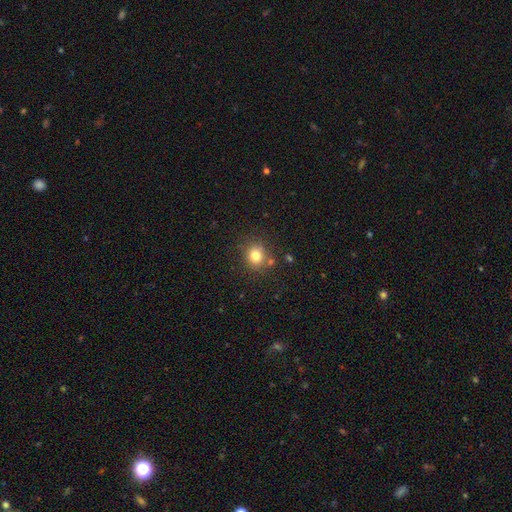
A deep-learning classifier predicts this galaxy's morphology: Q: Smooth or featured?
A: smooth (79%); runner-up: star or artifact (13%)
Q: How rounded?
A: round (80%); runner-up: in between (19%)
Q: Merging?
A: none (77%); runner-up: minor disturbance (12%)